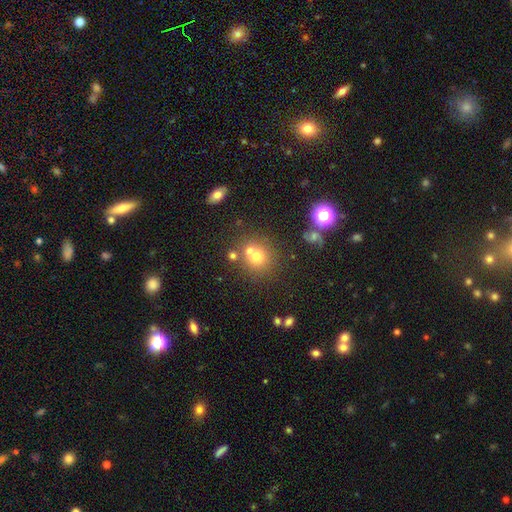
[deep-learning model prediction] smooth_or_featured: smooth (p=0.62) [alt: star or artifact p=0.22]
how_rounded: round (p=0.85) [alt: in between p=0.14]
merging: none (p=0.55) [alt: merger p=0.32]